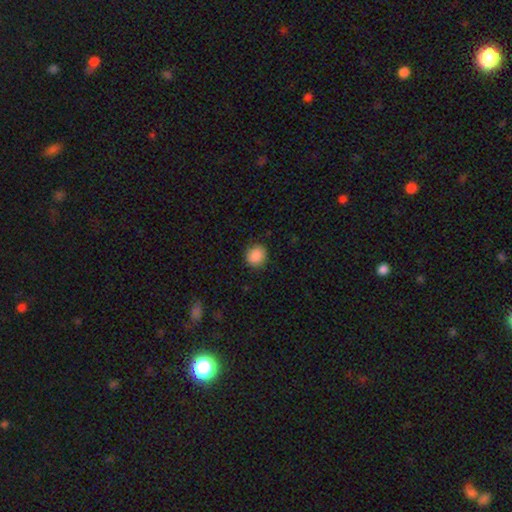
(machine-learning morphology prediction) smooth-or-featured: smooth: 89% | star or artifact: 8% | featured or disk: 3%
  how-rounded: round: 83% | in between: 16% | cigar-shaped: 1%
  merging: none: 88% | minor disturbance: 8% | major disturbance: 2% | merger: 1%